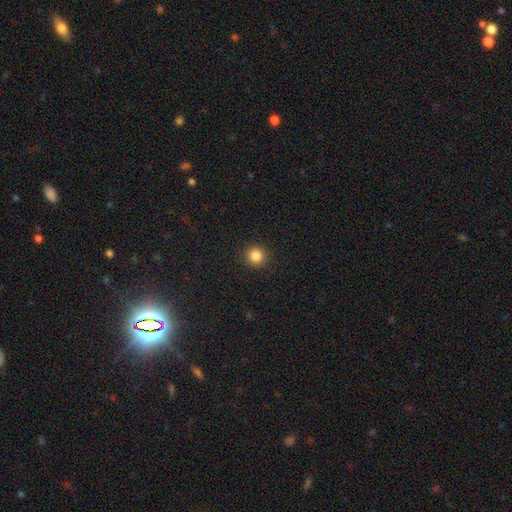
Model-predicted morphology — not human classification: Smooth or featured?
  - smooth: 85% *
  - star or artifact: 12%
  - featured or disk: 4%
How rounded?
  - round: 92% *
  - in between: 7%
  - cigar-shaped: 1%
Merging?
  - none: 92% *
  - minor disturbance: 5%
  - major disturbance: 2%
  - merger: 1%